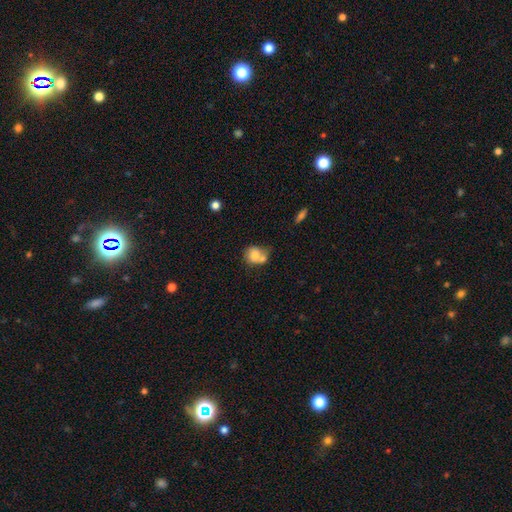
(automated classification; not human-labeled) Smooth or featured? Predicted: smooth (p=0.75). How rounded? Predicted: round (p=0.61). Merging? Predicted: merger (p=0.44).